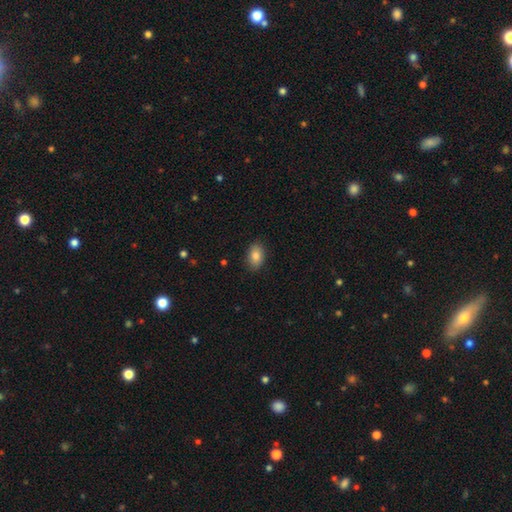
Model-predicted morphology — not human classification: A smooth galaxy with no disk features (84%) that is in between round and cigar-shaped (87%).

Vote fractions:
- Smooth or featured? smooth: 84% / featured or disk: 8% / star or artifact: 8%
- How rounded? in between: 87% / round: 11% / cigar-shaped: 1%
- Merging? none: 87% / minor disturbance: 9% / major disturbance: 2% / merger: 1%